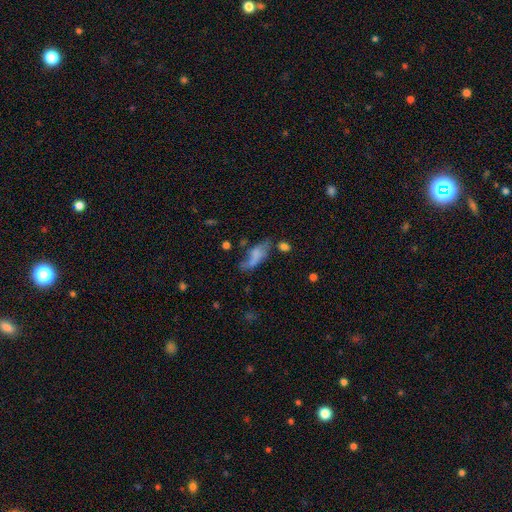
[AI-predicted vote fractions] Smooth or featured? Predicted: smooth (p=0.58). How rounded? Predicted: in between (p=0.72). Merging? Predicted: none (p=0.34).